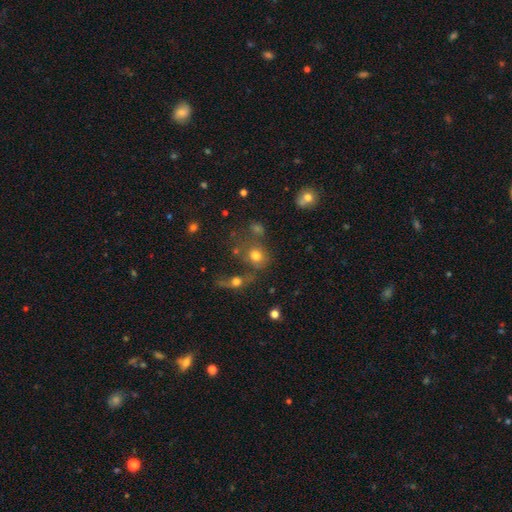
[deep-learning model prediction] The model was most divided on "merging": none: 50%, merger: 27%, minor disturbance: 14%, major disturbance: 10%. More confident: smooth or featured — smooth (73%); how rounded — round (67%).